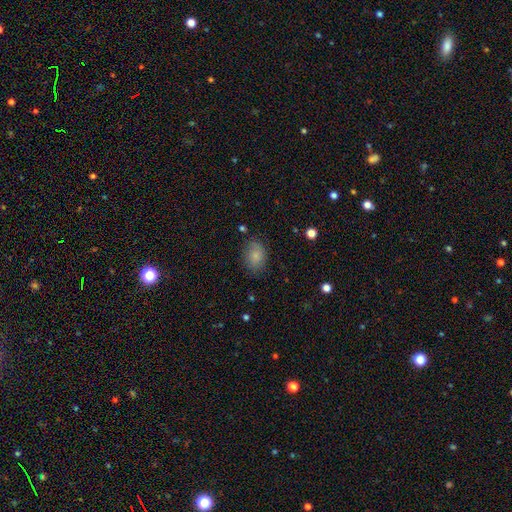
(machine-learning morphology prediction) This appears to be a smooth galaxy with no disk features (79%) that is in between round and cigar-shaped (75%). Merging: none (75%).